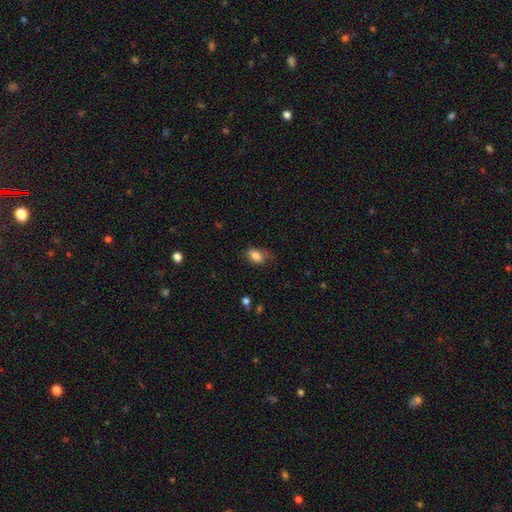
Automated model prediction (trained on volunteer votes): Overall: smooth (83%). How rounded: in between (85%). Merging: none (60%; minor disturbance 29%).